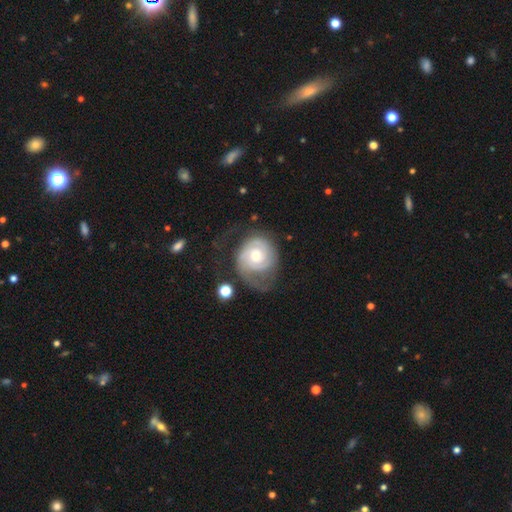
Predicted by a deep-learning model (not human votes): smooth-or-featured: featured or disk: 81% | smooth: 14% | star or artifact: 5%
  disk-edge-on: no: 98% | yes: 2%
    bar: no: 71% | weak: 25% | strong: 4%
    has-spiral-arms: yes: 94% | no: 6%
      spiral-winding: tight: 62% | medium: 29% | loose: 9%
      spiral-arm-count: 2: 52% | can't tell: 21% | 3: 13% | 1: 8% | 4: 3% | more than 4: 3%
    bulge-size: moderate: 55% | small: 37% | large: 5% | none: 1% | dominant: 1%
  merging: none: 47% | major disturbance: 26% | minor disturbance: 24% | merger: 3%